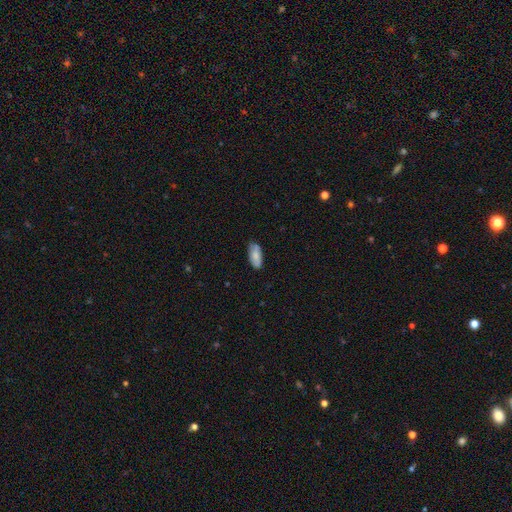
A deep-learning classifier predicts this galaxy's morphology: smooth_or_featured: smooth (p=0.77) [alt: featured or disk p=0.17]
how_rounded: in between (p=0.88) [alt: cigar-shaped p=0.10]
merging: none (p=0.77) [alt: minor disturbance p=0.19]